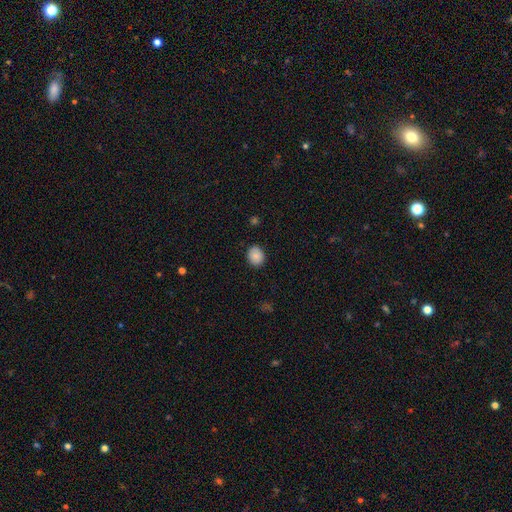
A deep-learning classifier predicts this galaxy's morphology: Q: Smooth or featured?
A: smooth (87%); runner-up: star or artifact (8%)
Q: How rounded?
A: round (64%); runner-up: in between (35%)
Q: Merging?
A: none (87%); runner-up: minor disturbance (9%)